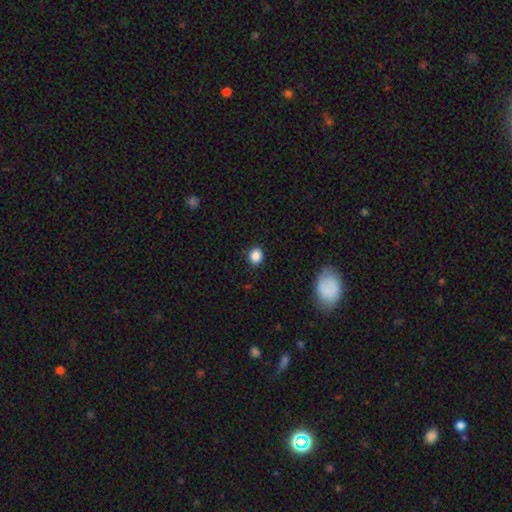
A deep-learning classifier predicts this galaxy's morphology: smooth_or_featured: smooth (p=0.87) [alt: star or artifact p=0.10]
how_rounded: round (p=0.72) [alt: in between p=0.27]
merging: none (p=0.89) [alt: minor disturbance p=0.08]